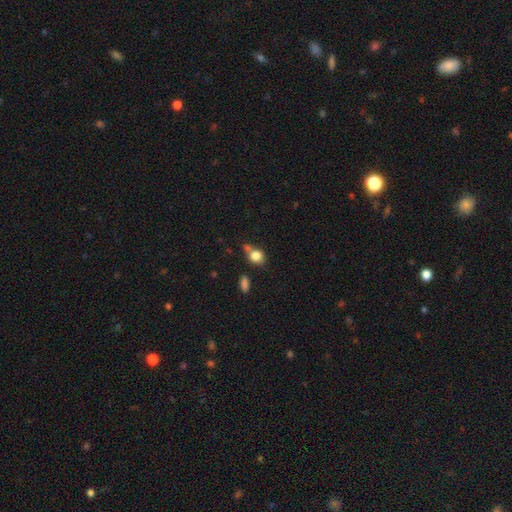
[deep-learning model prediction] This is clearly a smooth galaxy (81%). How rounded: likely round (66%). Merging: possibly none (53%).